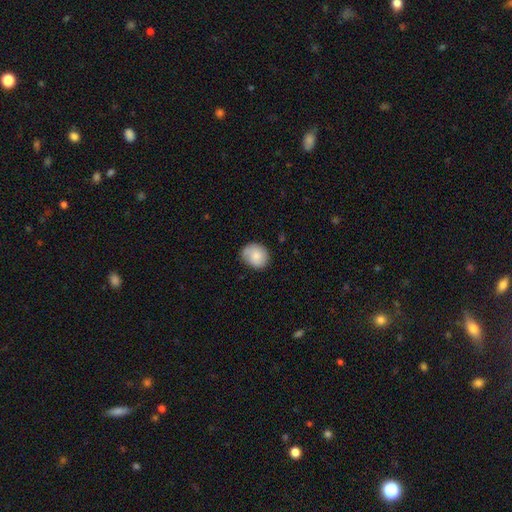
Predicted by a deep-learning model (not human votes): A smooth galaxy with no disk features (79%) that is round (70%). Merging: none (71%).